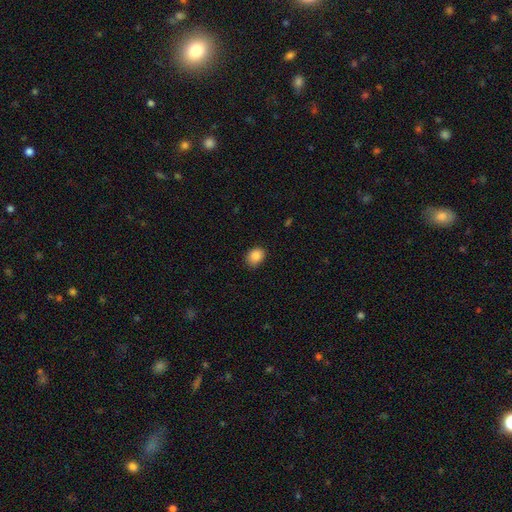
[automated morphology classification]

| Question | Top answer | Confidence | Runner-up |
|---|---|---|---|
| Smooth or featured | smooth | 87% | star or artifact (9%) |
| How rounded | in between | 52% | round (47%) |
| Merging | none | 82% | minor disturbance (14%) |